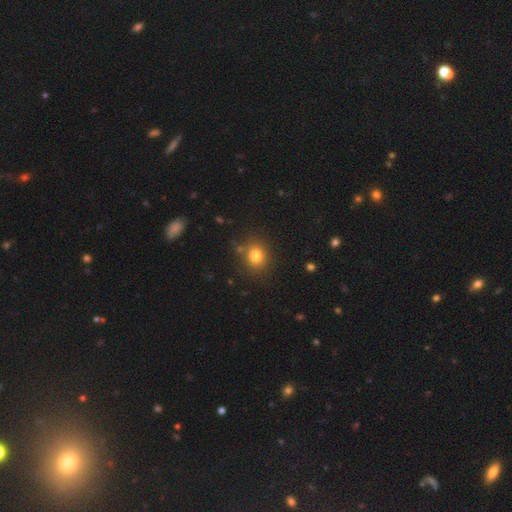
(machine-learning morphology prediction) Q: Smooth or featured?
A: smooth (79%); runner-up: star or artifact (13%)
Q: How rounded?
A: round (69%); runner-up: in between (30%)
Q: Merging?
A: none (83%); runner-up: minor disturbance (9%)